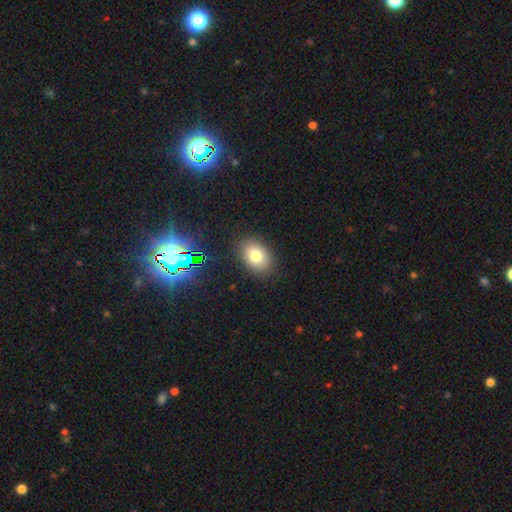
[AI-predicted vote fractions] Smooth or featured? smooth (78%)
How rounded? in between (75%)
Merging? none (87%)